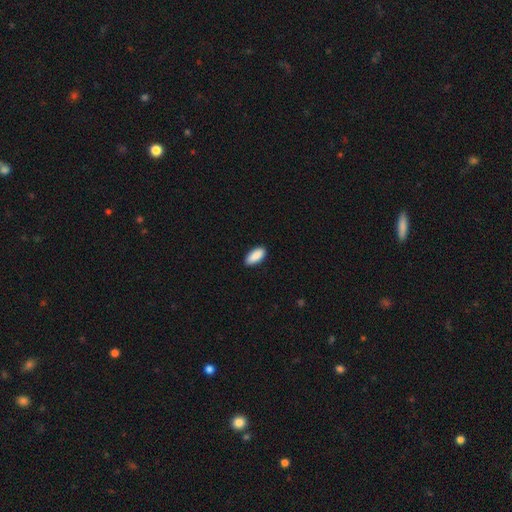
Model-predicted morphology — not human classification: A smooth galaxy with no disk features (91%) that is in between round and cigar-shaped (88%). Merging: none (86%).